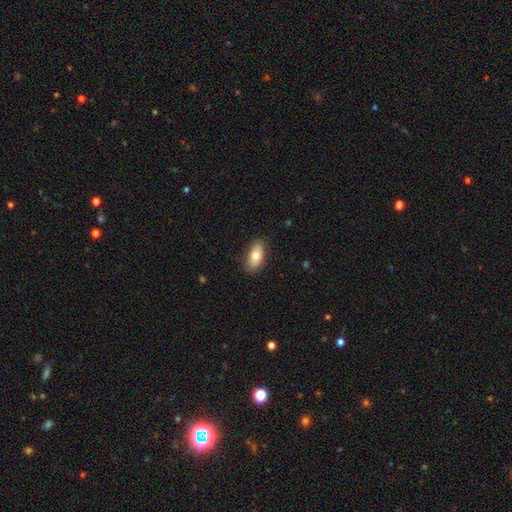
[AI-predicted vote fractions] Smooth or featured: smooth — 76% (featured or disk — 18%)
How rounded: in between — 89% (cigar-shaped — 7%)
Merging: none — 84% (minor disturbance — 13%)